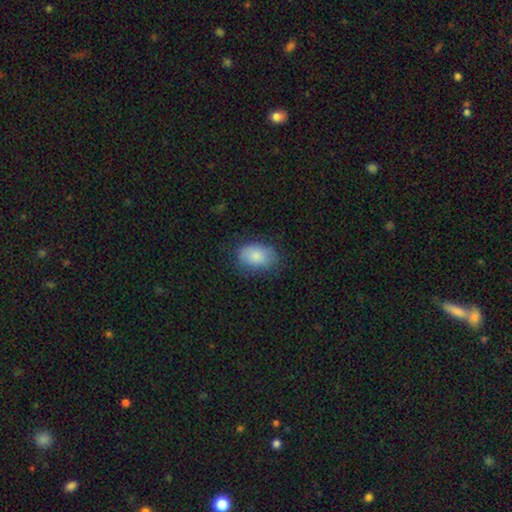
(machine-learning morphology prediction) This appears to be a smooth galaxy with no disk features (84%) that is in between round and cigar-shaped (86%). Merging: none (73%).